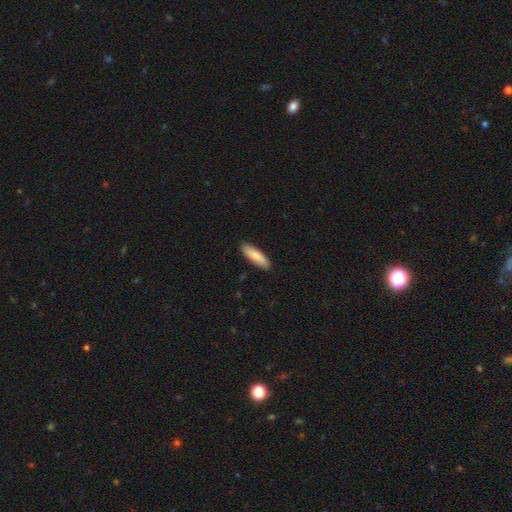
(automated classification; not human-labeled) smooth 81%, featured or disk 14%, star or artifact 5%. Down the decision tree: how rounded — cigar-shaped (56%); merging — none (90%).